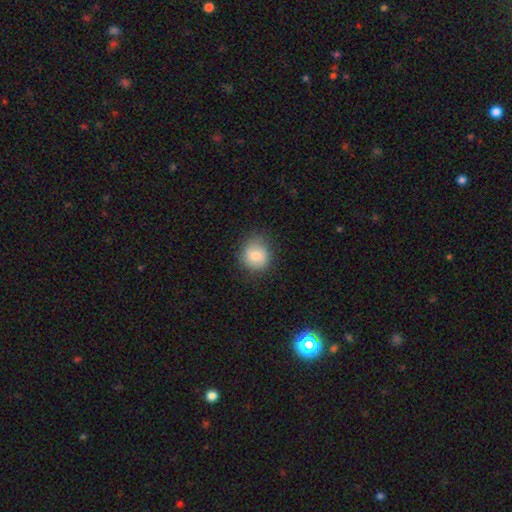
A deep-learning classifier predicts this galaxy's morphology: smooth_or_featured: smooth (p=0.79) [alt: featured or disk p=0.13]
how_rounded: round (p=0.82) [alt: in between p=0.17]
merging: none (p=0.78) [alt: minor disturbance p=0.17]